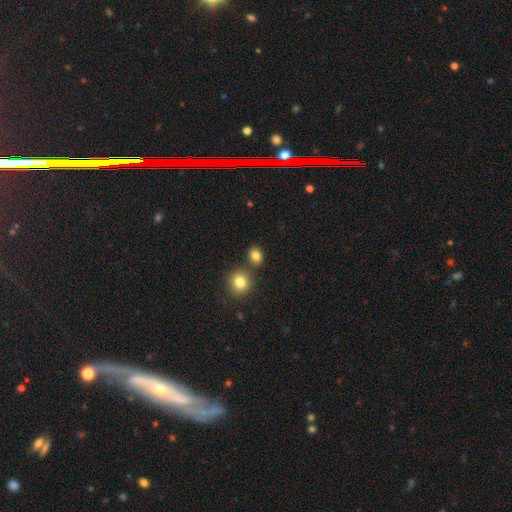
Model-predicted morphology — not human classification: Smooth or featured?
  - smooth: 82% *
  - star or artifact: 12%
  - featured or disk: 6%
How rounded?
  - round: 67% *
  - in between: 32%
  - cigar-shaped: 1%
Merging?
  - none: 73% *
  - merger: 15%
  - minor disturbance: 9%
  - major disturbance: 3%